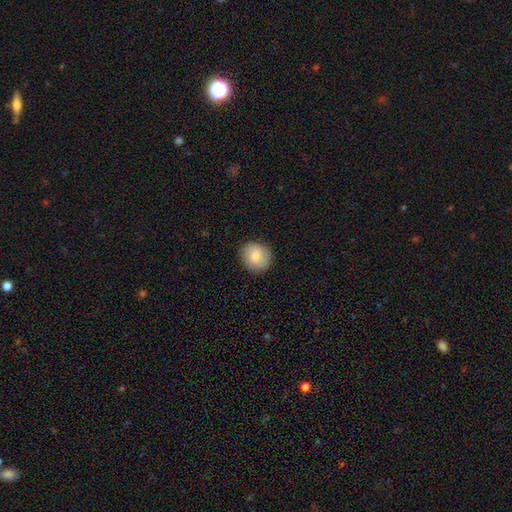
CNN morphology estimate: Smooth or featured: smooth — 81% (featured or disk — 12%)
How rounded: round — 80% (in between — 19%)
Merging: none — 87% (minor disturbance — 10%)